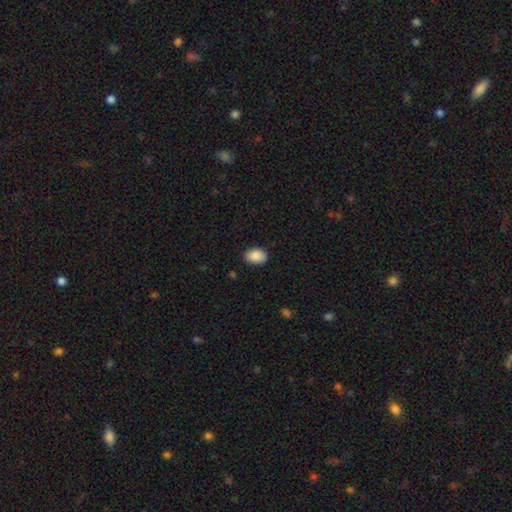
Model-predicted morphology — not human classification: smooth_or_featured: smooth (p=0.89) [alt: star or artifact p=0.07]
how_rounded: in between (p=0.82) [alt: round p=0.17]
merging: none (p=0.85) [alt: minor disturbance p=0.12]